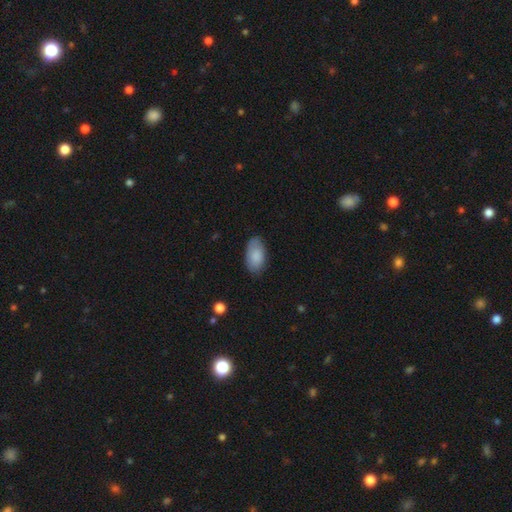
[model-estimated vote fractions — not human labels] Smooth or featured? smooth (85%)
How rounded? in between (95%)
Merging? none (78%)